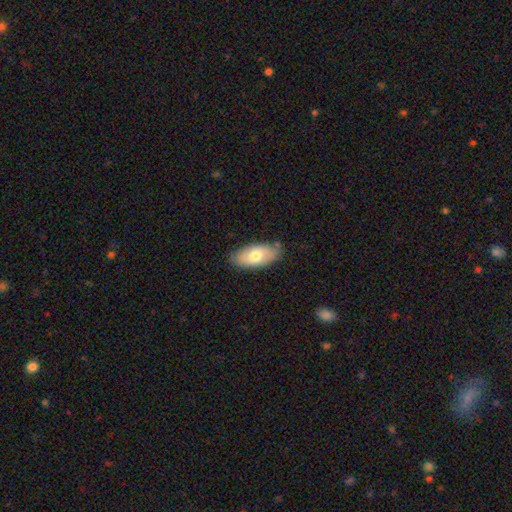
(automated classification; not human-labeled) Smooth or featured?
  - smooth: 72% *
  - featured or disk: 22%
  - star or artifact: 6%
How rounded?
  - in between: 90% *
  - cigar-shaped: 8%
  - round: 3%
Merging?
  - none: 80% *
  - minor disturbance: 16%
  - major disturbance: 3%
  - merger: 2%